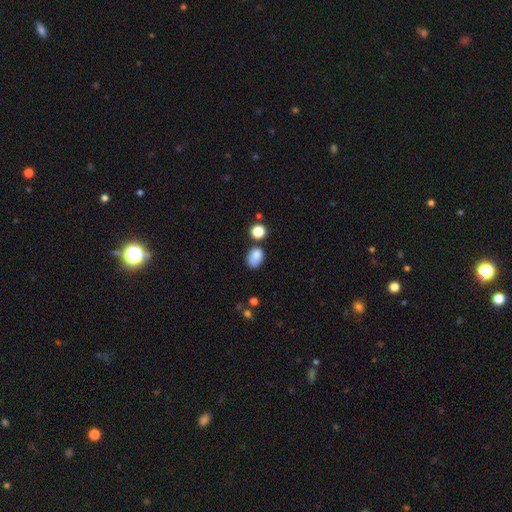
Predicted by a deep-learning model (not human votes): The model was most divided on "merging": none: 51%, minor disturbance: 25%, merger: 14%, major disturbance: 9%. More confident: smooth or featured — smooth (81%); how rounded — in between (75%).